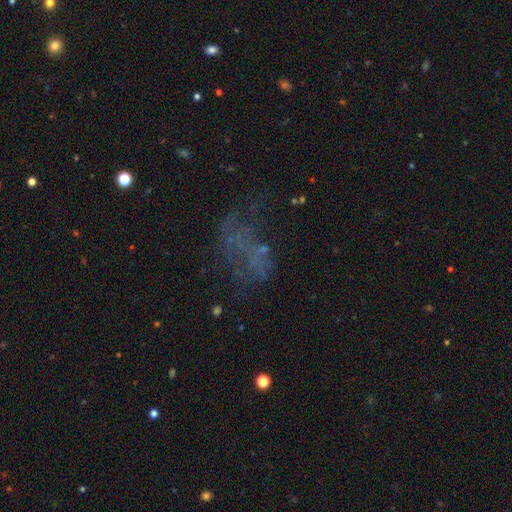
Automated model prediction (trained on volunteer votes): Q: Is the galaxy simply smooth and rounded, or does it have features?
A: featured or disk — 42%.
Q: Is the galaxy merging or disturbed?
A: none — 40%.